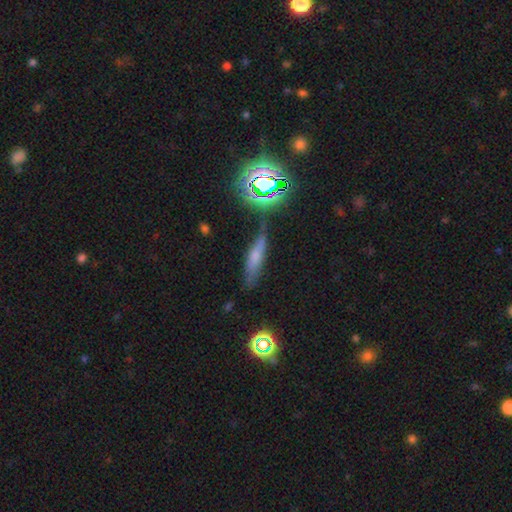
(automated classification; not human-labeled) smooth-or-featured: smooth: 54% | featured or disk: 27% | star or artifact: 18%
  how-rounded: cigar-shaped: 73% | in between: 22% | round: 4%
  merging: none: 68% | minor disturbance: 20% | major disturbance: 6% | merger: 5%